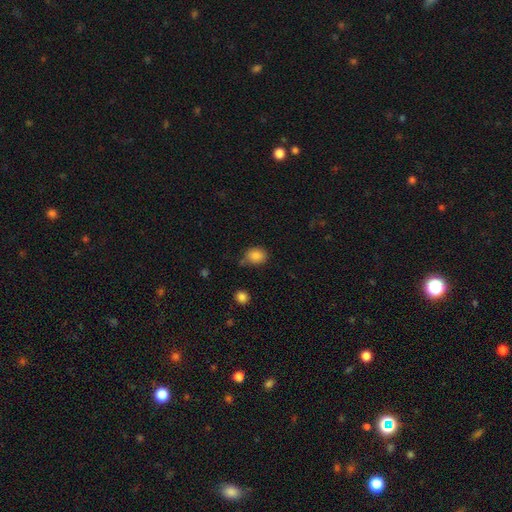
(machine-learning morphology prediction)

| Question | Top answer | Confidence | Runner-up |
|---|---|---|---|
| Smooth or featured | smooth | 85% | star or artifact (10%) |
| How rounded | round | 54% | in between (45%) |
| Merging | none | 72% | minor disturbance (18%) |